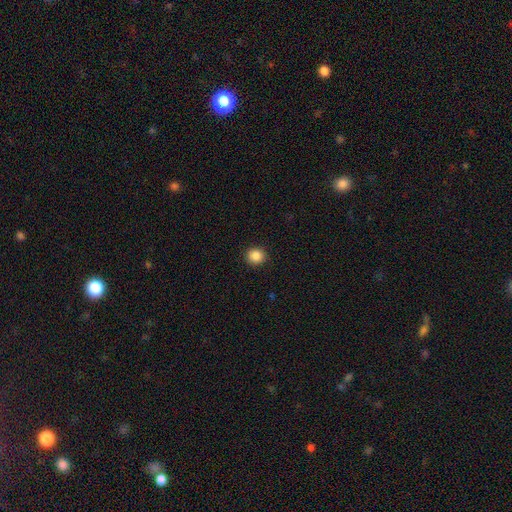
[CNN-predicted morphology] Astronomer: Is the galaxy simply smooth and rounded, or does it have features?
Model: smooth — 87%.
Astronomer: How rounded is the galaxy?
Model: round — 90%.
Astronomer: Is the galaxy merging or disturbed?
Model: none — 92%.